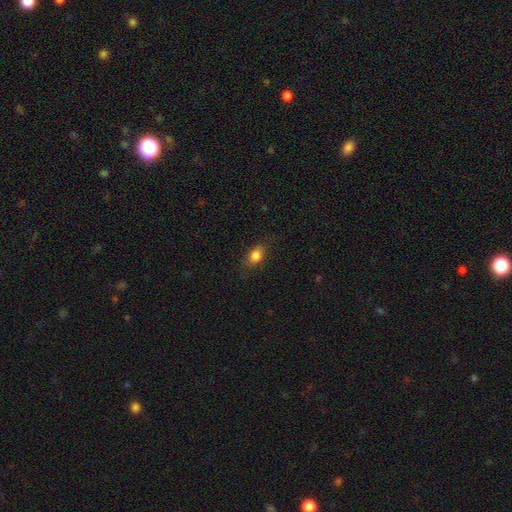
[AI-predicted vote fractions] smooth_or_featured: smooth (p=0.82) [alt: star or artifact p=0.09]
how_rounded: in between (p=0.78) [alt: round p=0.17]
merging: none (p=0.77) [alt: minor disturbance p=0.17]